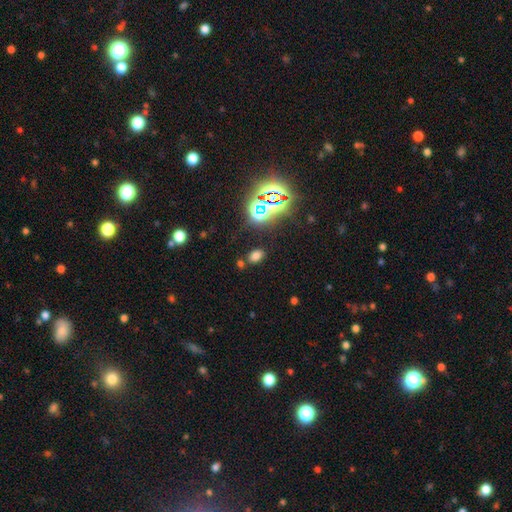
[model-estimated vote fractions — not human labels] Overall: smooth (64%; star or artifact 29%). How rounded: in between (81%). Merging: none (78%).